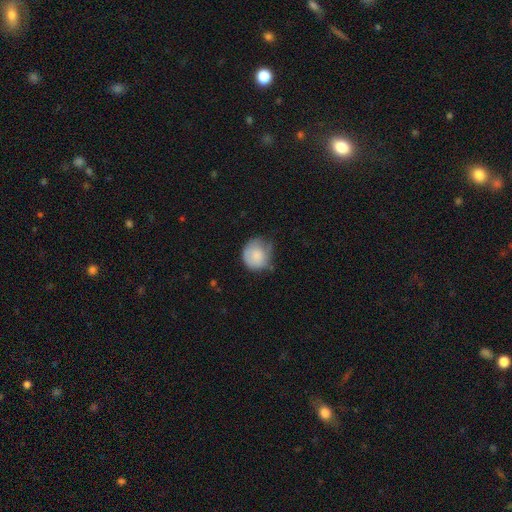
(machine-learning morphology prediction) This appears to be a smooth galaxy with no disk features (78%) that is round (82%). Merging: none (44%).